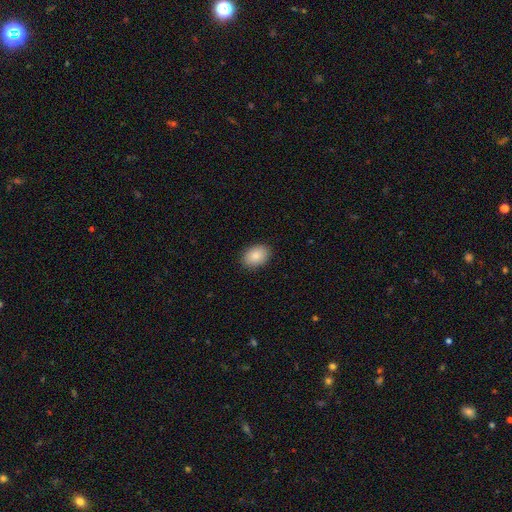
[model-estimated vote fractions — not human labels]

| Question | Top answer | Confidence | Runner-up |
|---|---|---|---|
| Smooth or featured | smooth | 88% | star or artifact (7%) |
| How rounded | in between | 80% | round (19%) |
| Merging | none | 89% | minor disturbance (8%) |